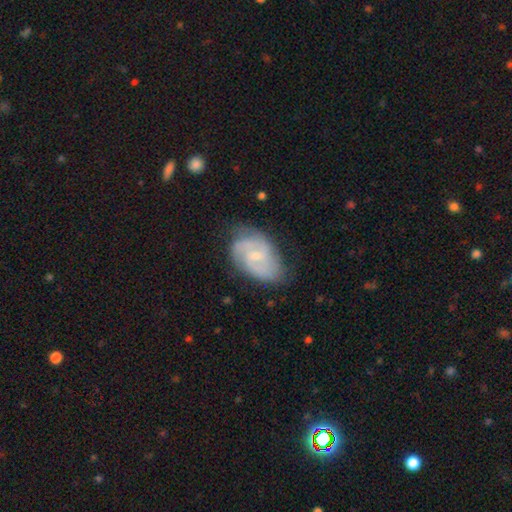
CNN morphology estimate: featured or disk 76%, smooth 18%, star or artifact 6%. Down the decision tree: edge-on disk — no (97%); bar — weak (46%); spiral arms — yes (93%); spiral arm count — 2 (46%); spiral winding — medium (46%); bulge size — small (67%); merging — none (65%).